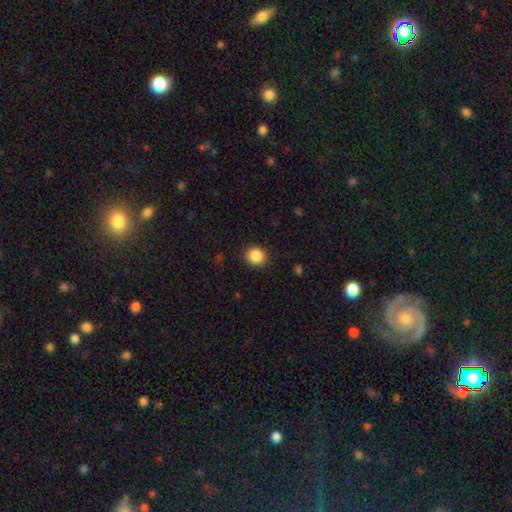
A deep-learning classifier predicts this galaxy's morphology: This is clearly a smooth galaxy (87%). How rounded: clearly round (85%). Merging: clearly none (89%).